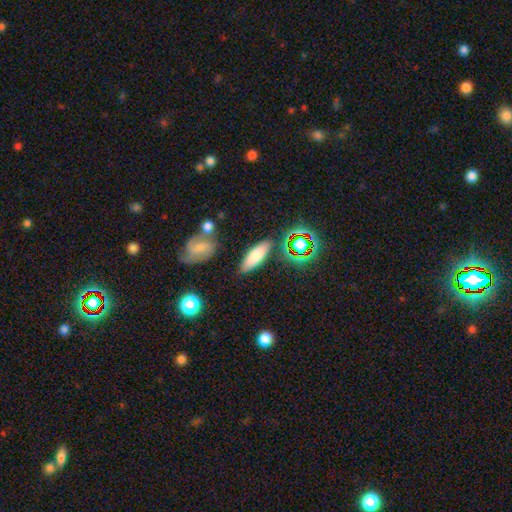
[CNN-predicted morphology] The model was most divided on "how rounded": in between: 60%, cigar-shaped: 36%, round: 3%. More confident: merging — none (80%); smooth or featured — smooth (74%).